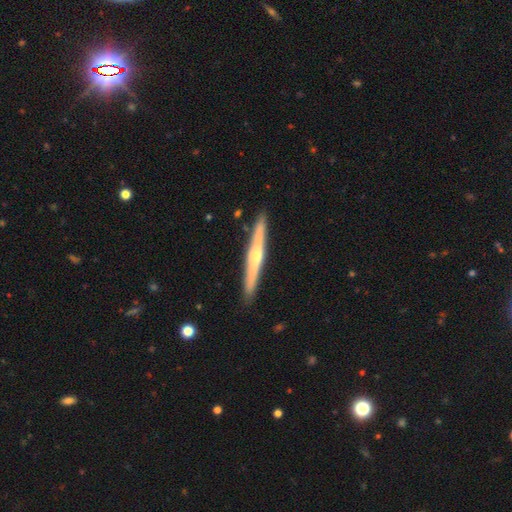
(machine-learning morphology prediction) The model was most divided on "smooth or featured": featured or disk: 65%, smooth: 30%, star or artifact: 5%. More confident: edge-on disk — yes (97%); merging — none (91%); edge-on bulge — rounded (74%).